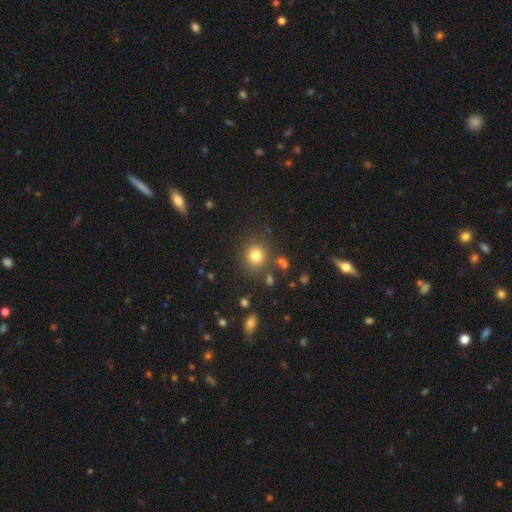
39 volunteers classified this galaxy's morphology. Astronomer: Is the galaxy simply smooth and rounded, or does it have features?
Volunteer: smooth — 79%.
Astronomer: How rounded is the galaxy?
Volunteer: round — 90%.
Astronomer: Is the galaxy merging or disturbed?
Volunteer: none — 82%.